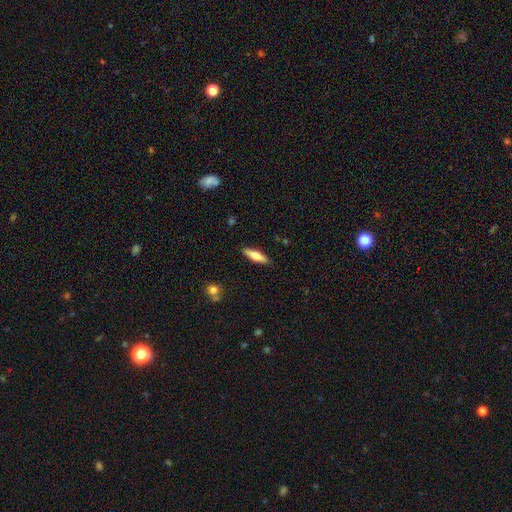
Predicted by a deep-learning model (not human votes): Q: Smooth or featured?
A: smooth (53%); runner-up: featured or disk (41%)
Q: How rounded?
A: cigar-shaped (64%); runner-up: in between (34%)
Q: Merging?
A: none (89%); runner-up: minor disturbance (8%)